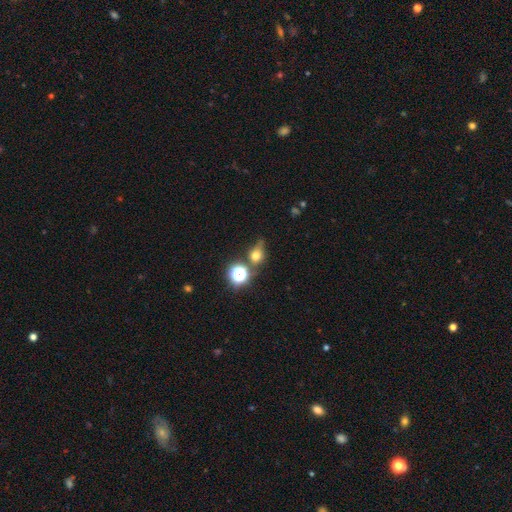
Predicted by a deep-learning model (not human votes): A smooth galaxy with no disk features (66%) that is round (75%). Merging: none (55%).